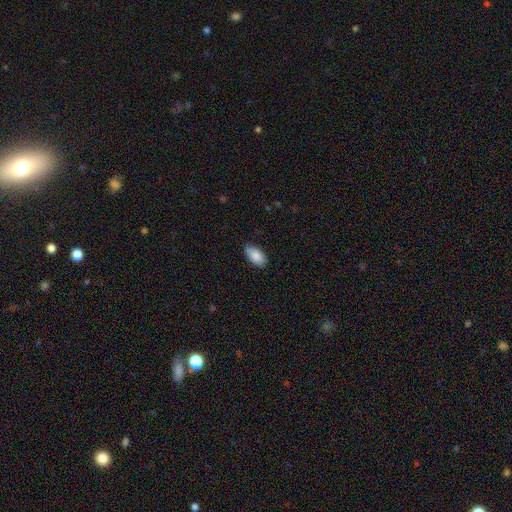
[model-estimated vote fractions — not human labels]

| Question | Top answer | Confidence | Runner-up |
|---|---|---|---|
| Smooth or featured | smooth | 86% | featured or disk (7%) |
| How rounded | in between | 94% | round (3%) |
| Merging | none | 79% | minor disturbance (18%) |